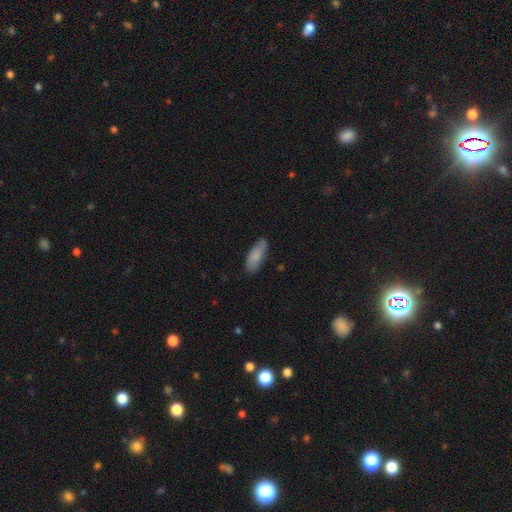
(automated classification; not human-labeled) smooth_or_featured: smooth (p=0.81) [alt: featured or disk p=0.13]
how_rounded: in between (p=0.71) [alt: cigar-shaped p=0.27]
merging: none (p=0.78) [alt: minor disturbance p=0.18]